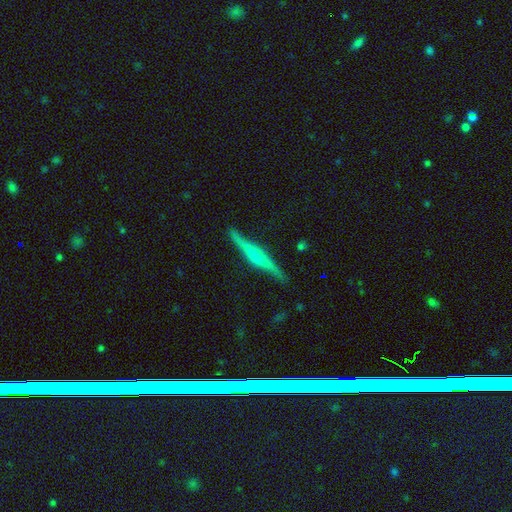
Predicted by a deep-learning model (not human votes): Morphology: type=featured or disk (64%); edge-on=yes (95%); edge-on bulge=rounded (48%); merging=none (83%).